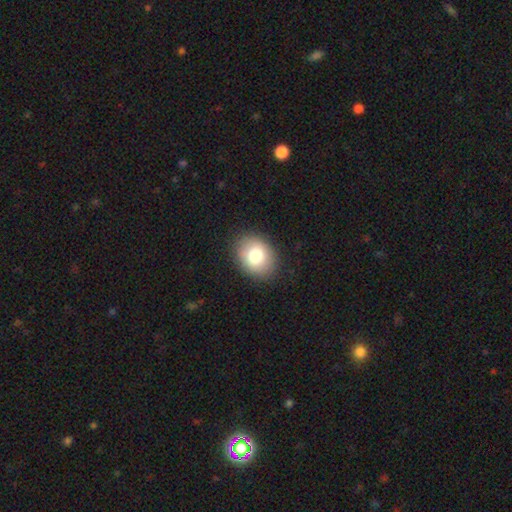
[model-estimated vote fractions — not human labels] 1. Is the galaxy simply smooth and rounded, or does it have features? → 79% smooth, 12% featured or disk, 9% star or artifact.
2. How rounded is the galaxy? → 58% in between, 42% round, 1% cigar-shaped.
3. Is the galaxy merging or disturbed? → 88% none, 8% minor disturbance, 3% major disturbance, 1% merger.